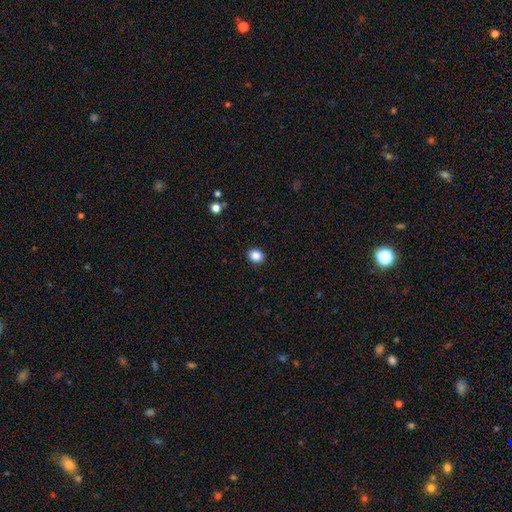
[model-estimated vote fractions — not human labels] smooth-or-featured: smooth: 87% | star or artifact: 10% | featured or disk: 4%
  how-rounded: round: 51% | in between: 48% | cigar-shaped: 1%
  merging: none: 91% | minor disturbance: 7% | major disturbance: 2% | merger: 1%